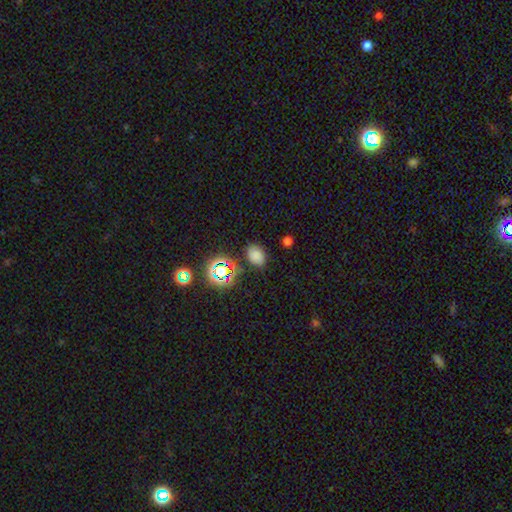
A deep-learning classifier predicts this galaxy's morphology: The model was most divided on "how rounded": in between: 73%, round: 26%, cigar-shaped: 1%. More confident: merging — none (80%); smooth or featured — smooth (72%).